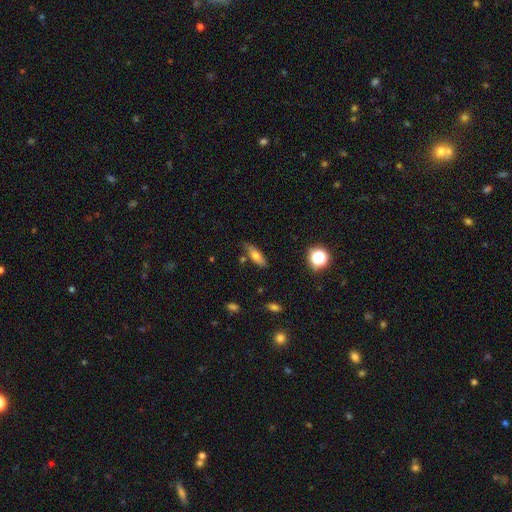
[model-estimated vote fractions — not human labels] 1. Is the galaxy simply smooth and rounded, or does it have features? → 65% smooth, 25% featured or disk, 10% star or artifact.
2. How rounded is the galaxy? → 55% in between, 41% cigar-shaped, 4% round.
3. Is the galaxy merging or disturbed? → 73% none, 17% minor disturbance, 5% merger, 4% major disturbance.